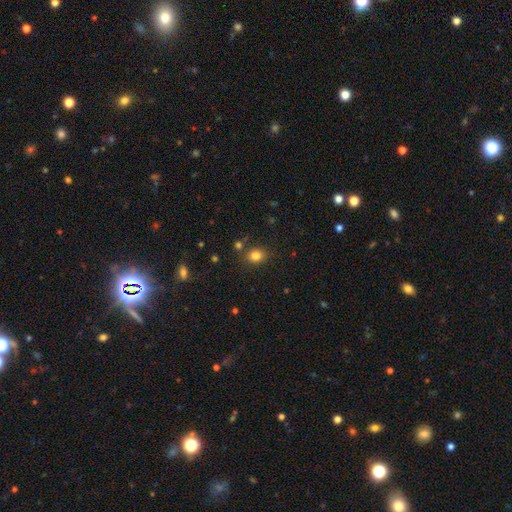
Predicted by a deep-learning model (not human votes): This appears to be a smooth galaxy with no disk features (82%) that is round (59%). Merging: none (79%).